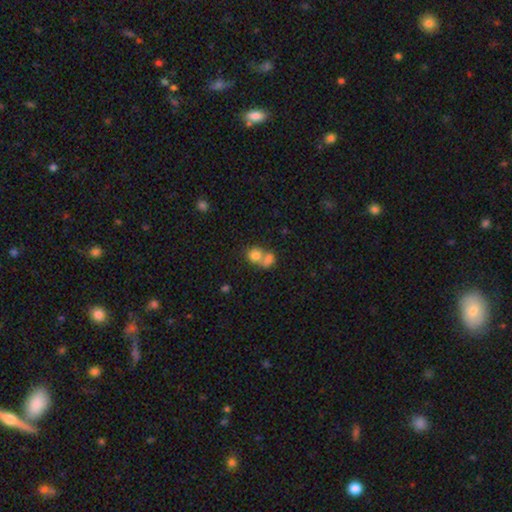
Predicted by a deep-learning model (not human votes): Smooth or featured? smooth (78%)
How rounded? round (67%)
Merging? merger (63%)